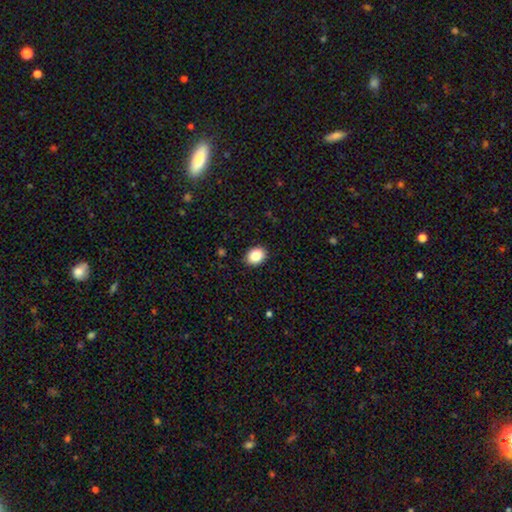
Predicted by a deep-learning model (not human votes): A smooth galaxy with no disk features (86%) that is in between round and cigar-shaped (61%).

Vote fractions:
- Smooth or featured? smooth: 86% / star or artifact: 8% / featured or disk: 5%
- How rounded? in between: 61% / round: 38% / cigar-shaped: 1%
- Merging? none: 90% / minor disturbance: 7% / major disturbance: 2% / merger: 1%